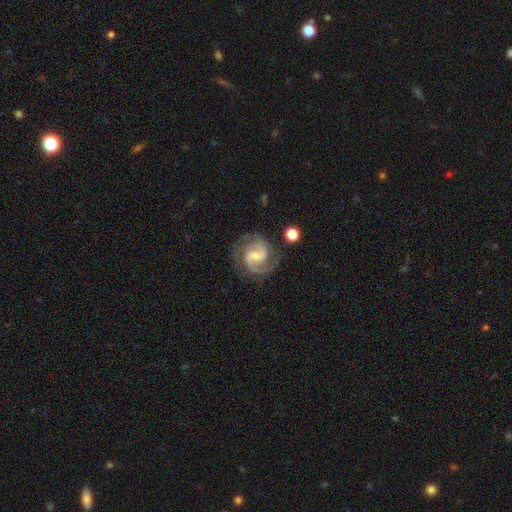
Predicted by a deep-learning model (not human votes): A featured or disk galaxy (90%) with a weak bar (51%), 2 (85%) medium (54%) spiral arms (98%) and a small central bulge (63%). Merging: none (78%).